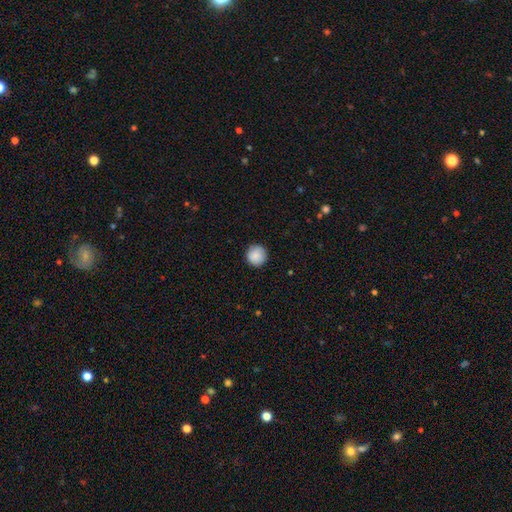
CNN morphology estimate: Smooth or featured?
  - smooth: 89% *
  - star or artifact: 7%
  - featured or disk: 4%
How rounded?
  - round: 96% *
  - in between: 3%
  - cigar-shaped: 1%
Merging?
  - none: 91% *
  - minor disturbance: 6%
  - major disturbance: 2%
  - merger: 1%